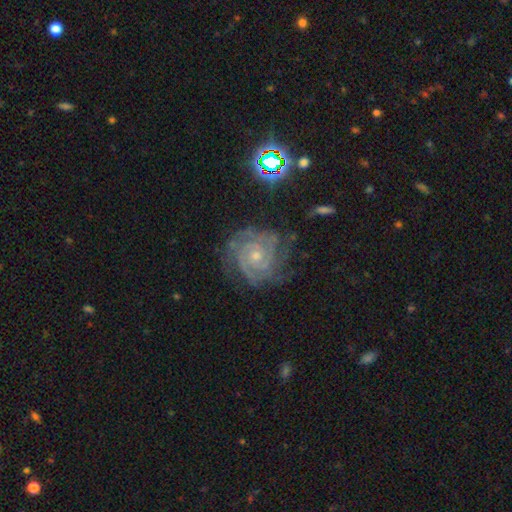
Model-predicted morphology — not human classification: The model was most divided on "spiral arm count": 2: 30%, 3: 27%, can't tell: 18%, 4: 13%, more than 4: 6%, 1: 6%. More confident: spiral arms — yes (98%); edge-on disk — no (98%); smooth or featured — featured or disk (88%); spiral winding — tight (76%); bar — no (75%); merging — none (70%); bulge size — small (69%).